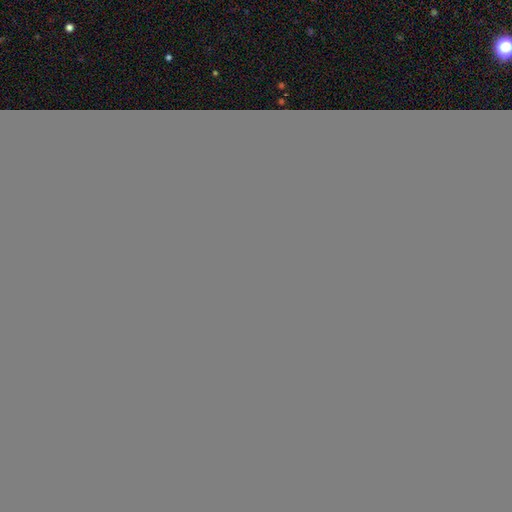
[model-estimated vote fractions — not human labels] This is clearly a smooth galaxy (80%). How rounded: clearly in between (85%). Merging: likely none (62%).